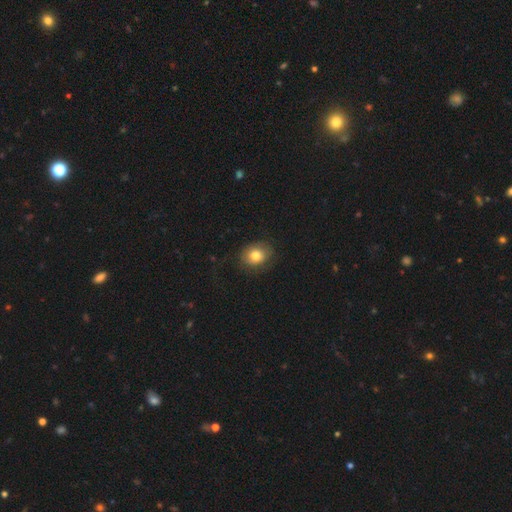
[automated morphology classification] Overall: smooth (78%). How rounded: round (57%; in between 42%). Merging: none (76%).